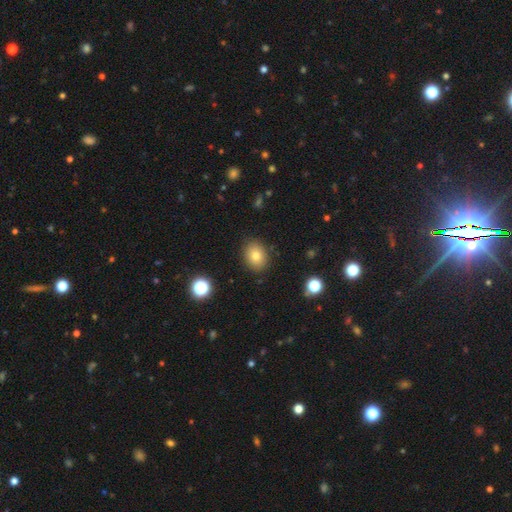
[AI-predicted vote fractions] smooth 79%, star or artifact 11%, featured or disk 10%. Down the decision tree: how rounded — in between (56%); merging — none (87%).